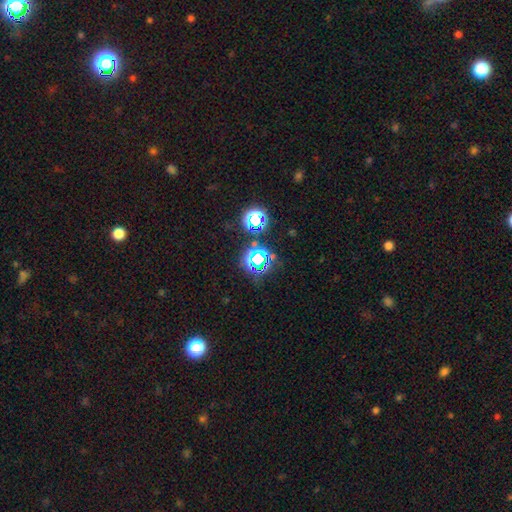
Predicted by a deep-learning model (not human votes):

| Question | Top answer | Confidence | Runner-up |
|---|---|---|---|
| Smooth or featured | star or artifact | 67% | smooth (22%) |